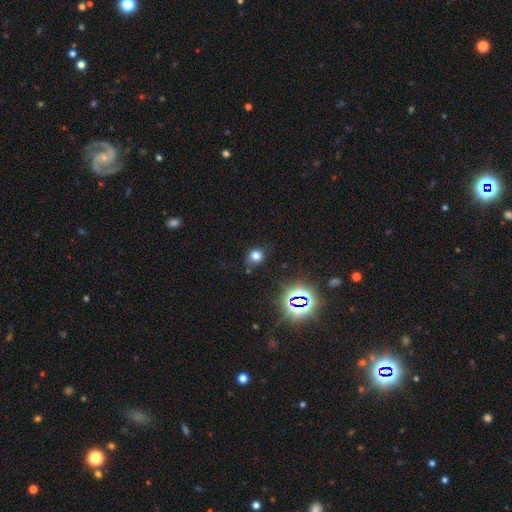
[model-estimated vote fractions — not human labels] This is likely a smooth galaxy (69%). How rounded: likely round (75%). Merging: likely none (71%).